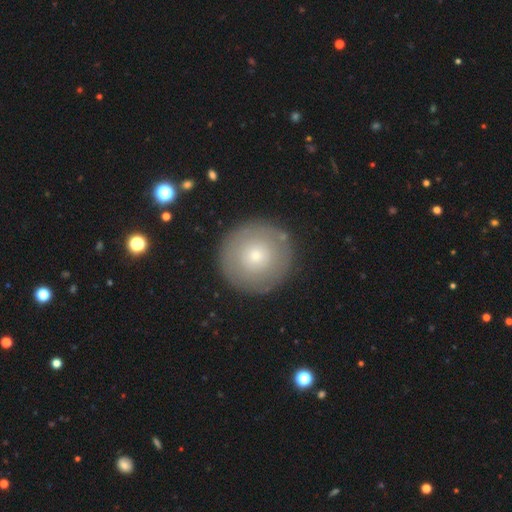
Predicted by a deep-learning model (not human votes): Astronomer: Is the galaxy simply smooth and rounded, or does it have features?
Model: smooth — 64%.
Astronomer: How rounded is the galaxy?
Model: round — 95%.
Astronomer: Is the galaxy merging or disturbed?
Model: none — 87%.